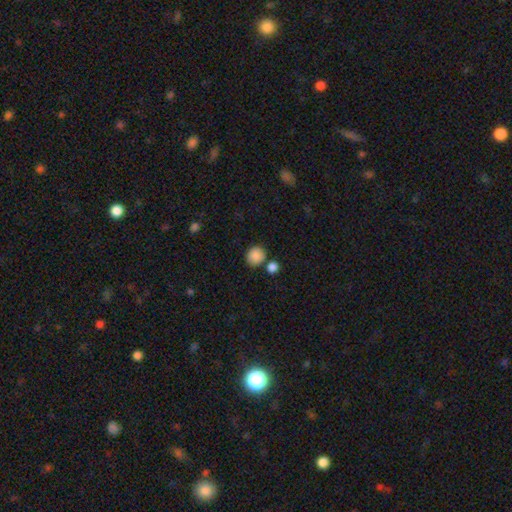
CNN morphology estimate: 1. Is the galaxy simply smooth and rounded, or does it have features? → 88% smooth, 8% star or artifact, 4% featured or disk.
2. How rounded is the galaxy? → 84% round, 15% in between, 1% cigar-shaped.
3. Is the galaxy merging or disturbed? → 72% none, 15% merger, 10% minor disturbance, 3% major disturbance.